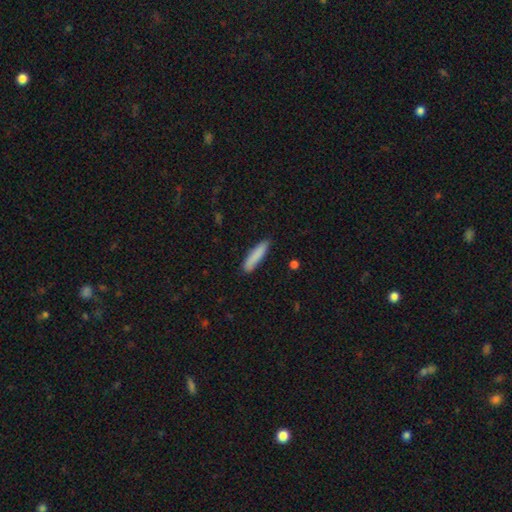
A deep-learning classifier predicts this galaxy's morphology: This appears to be a smooth galaxy with no disk features (85%) that is cigar-shaped (83%). Merging: none (84%).